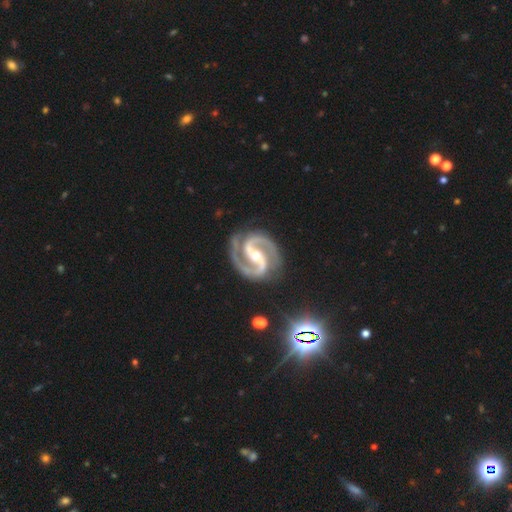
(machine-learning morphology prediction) smooth-or-featured: featured or disk: 94% | star or artifact: 4% | smooth: 2%
  disk-edge-on: no: 98% | yes: 2%
    bar: strong: 58% | weak: 27% | no: 15%
    has-spiral-arms: yes: 99% | no: 1%
      spiral-winding: medium: 61% | tight: 32% | loose: 7%
      spiral-arm-count: 2: 94% | 3: 2% | can't tell: 1% | 1: 1% | 4: 1% | more than 4: 1%
    bulge-size: moderate: 53% | small: 44% | large: 2% | none: 1% | dominant: 1%
  merging: none: 84% | minor disturbance: 11% | major disturbance: 3% | merger: 2%